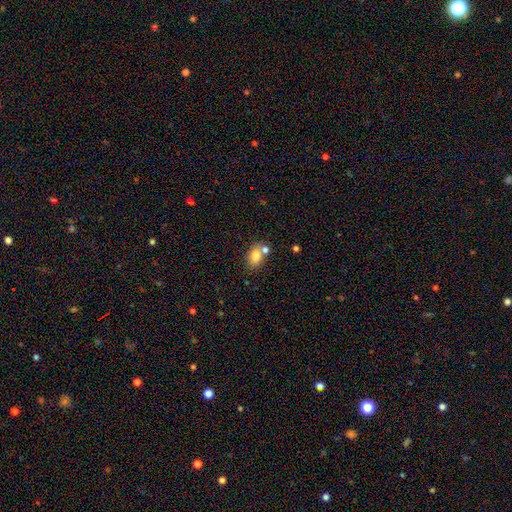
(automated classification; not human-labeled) A smooth galaxy with no disk features (79%) that is in between round and cigar-shaped (73%). Merging: none (57%).